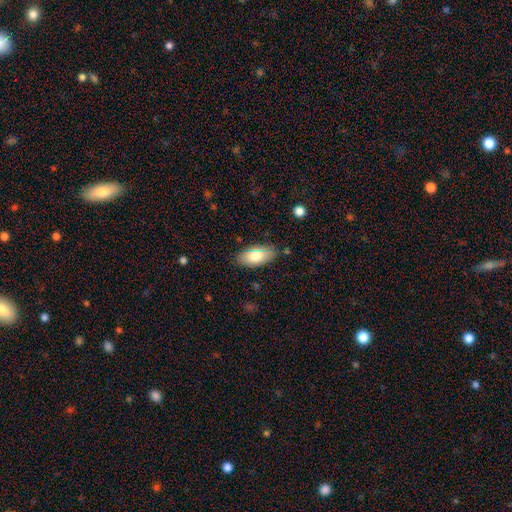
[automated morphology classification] Smooth or featured: smooth — 77% (featured or disk — 16%)
How rounded: in between — 90% (cigar-shaped — 7%)
Merging: none — 83% (minor disturbance — 12%)